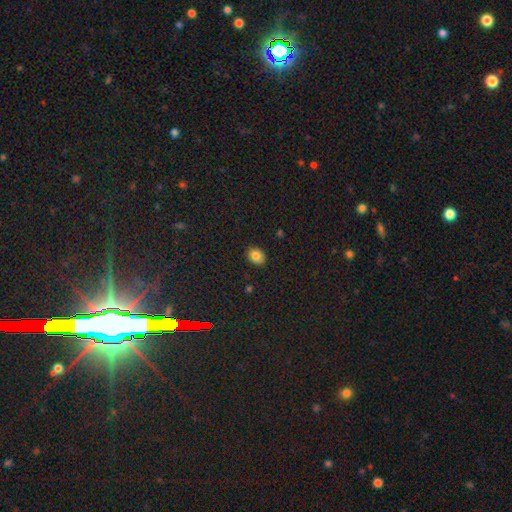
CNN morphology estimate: Smooth or featured?
  - smooth: 84% *
  - star or artifact: 10%
  - featured or disk: 6%
How rounded?
  - in between: 62% *
  - round: 37%
  - cigar-shaped: 1%
Merging?
  - none: 88% *
  - minor disturbance: 9%
  - major disturbance: 2%
  - merger: 1%